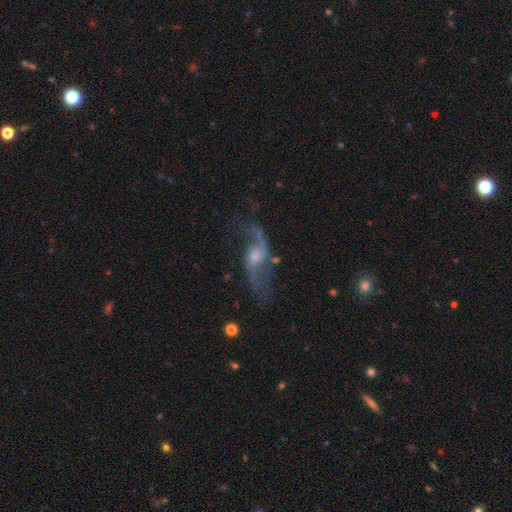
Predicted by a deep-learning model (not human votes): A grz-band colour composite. It shows a featured or disk galaxy (83%) with no bar (51%), 2 (89%) loose (82%) spiral arms (93%) and a moderate central bulge (47%). Merging: none (67%).